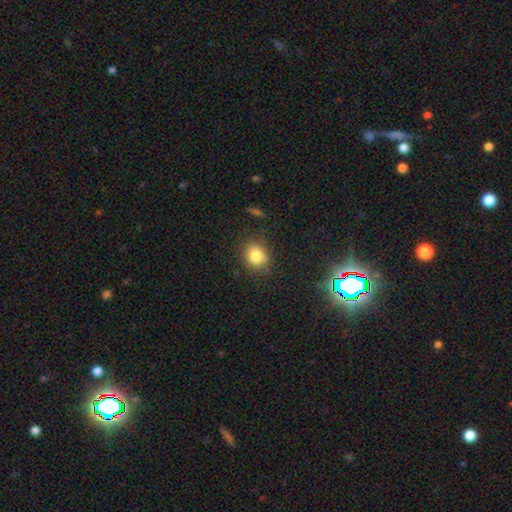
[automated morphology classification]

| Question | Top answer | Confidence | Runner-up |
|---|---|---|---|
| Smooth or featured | smooth | 82% | star or artifact (12%) |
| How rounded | round | 68% | in between (31%) |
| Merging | none | 81% | minor disturbance (13%) |